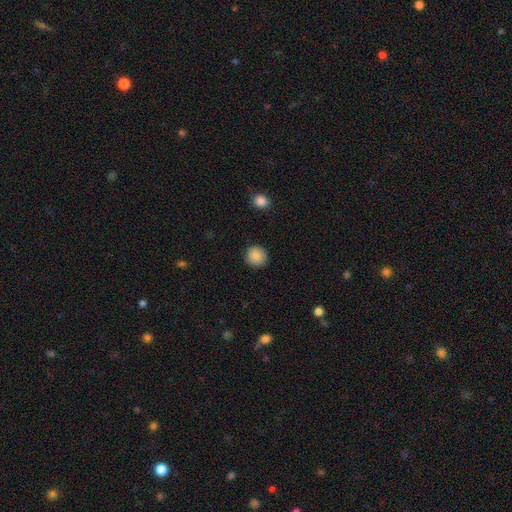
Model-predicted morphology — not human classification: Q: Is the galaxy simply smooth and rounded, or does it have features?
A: smooth — 87%.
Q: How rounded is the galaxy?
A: round — 94%.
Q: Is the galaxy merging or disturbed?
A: none — 90%.